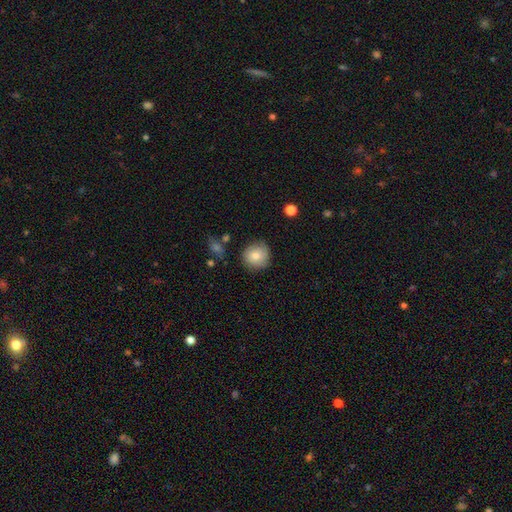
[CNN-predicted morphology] This is likely a smooth galaxy (75%). How rounded: clearly round (91%). Merging: likely none (78%).